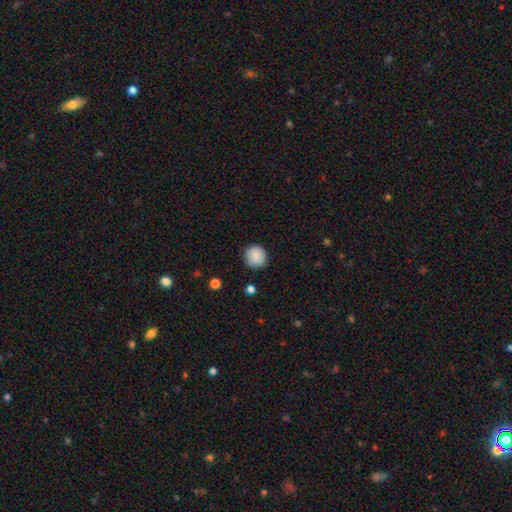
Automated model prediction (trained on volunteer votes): Q: Smooth or featured?
A: smooth (87%); runner-up: star or artifact (7%)
Q: How rounded?
A: round (93%); runner-up: in between (6%)
Q: Merging?
A: none (88%); runner-up: minor disturbance (9%)